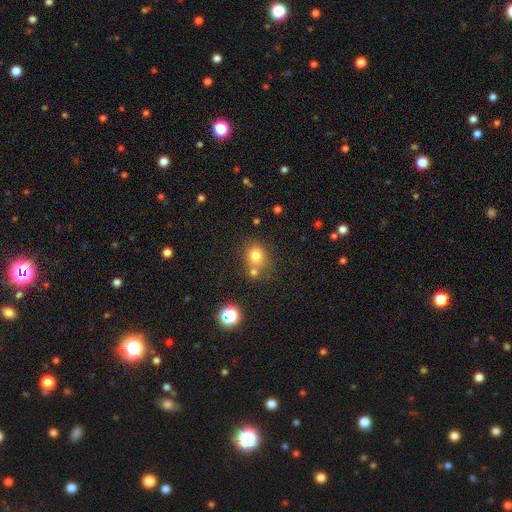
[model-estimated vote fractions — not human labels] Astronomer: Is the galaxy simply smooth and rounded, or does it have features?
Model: smooth — 76%.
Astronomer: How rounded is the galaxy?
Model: round — 74%.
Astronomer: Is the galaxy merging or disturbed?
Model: none — 60%.